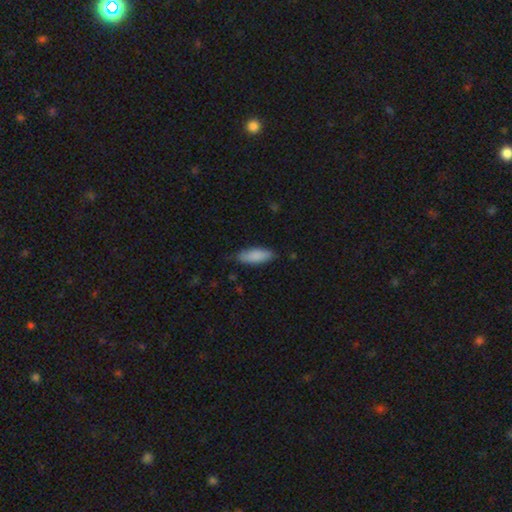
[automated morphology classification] Overall: smooth (86%). How rounded: in between (74%). Merging: none (79%).